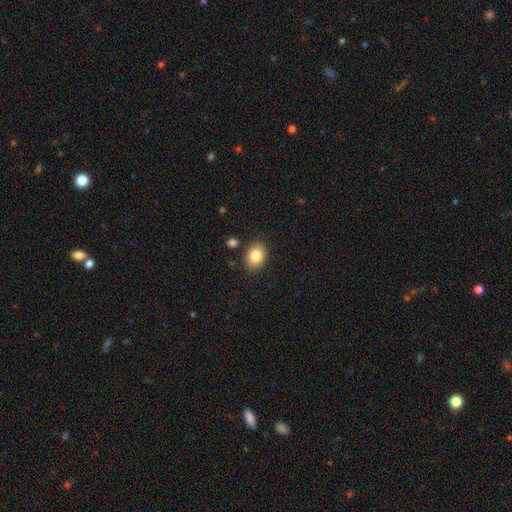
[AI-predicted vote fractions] smooth-or-featured: smooth: 84% | star or artifact: 8% | featured or disk: 8%
  how-rounded: in between: 74% | round: 25% | cigar-shaped: 1%
  merging: none: 85% | minor disturbance: 10% | merger: 3% | major disturbance: 2%